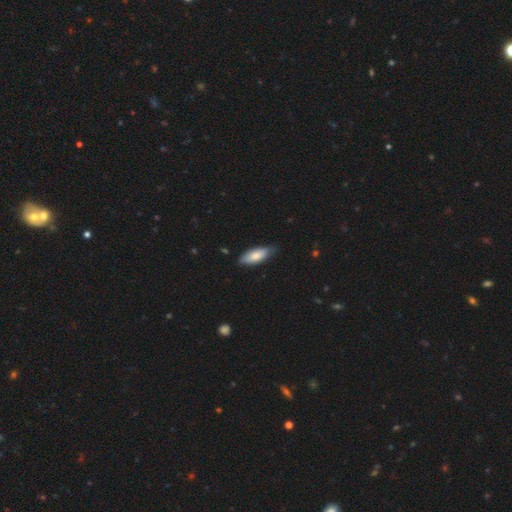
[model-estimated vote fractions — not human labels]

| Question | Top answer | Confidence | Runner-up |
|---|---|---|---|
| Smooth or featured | smooth | 80% | featured or disk (15%) |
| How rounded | in between | 72% | cigar-shaped (26%) |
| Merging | none | 75% | minor disturbance (22%) |